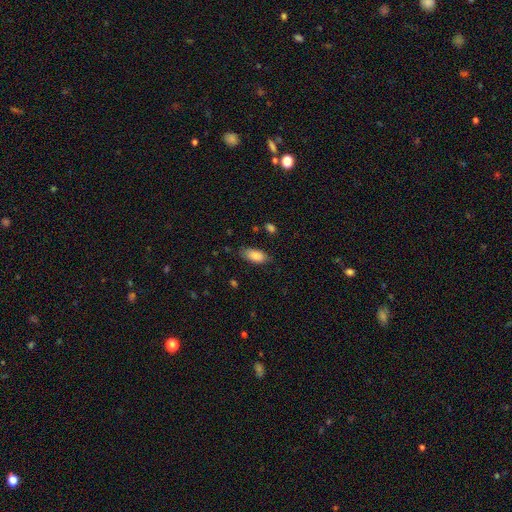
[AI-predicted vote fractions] Q: Smooth or featured?
A: smooth (86%); runner-up: featured or disk (7%)
Q: How rounded?
A: in between (88%); runner-up: cigar-shaped (9%)
Q: Merging?
A: none (78%); runner-up: minor disturbance (17%)